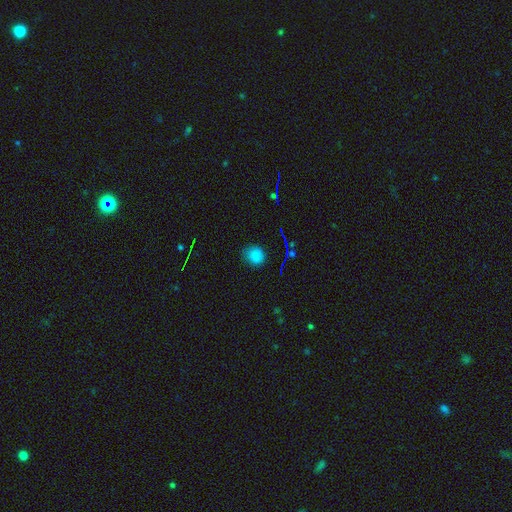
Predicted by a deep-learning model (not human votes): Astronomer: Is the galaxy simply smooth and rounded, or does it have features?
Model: smooth — 77%.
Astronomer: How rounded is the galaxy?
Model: round — 74%.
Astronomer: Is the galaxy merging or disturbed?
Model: none — 78%.